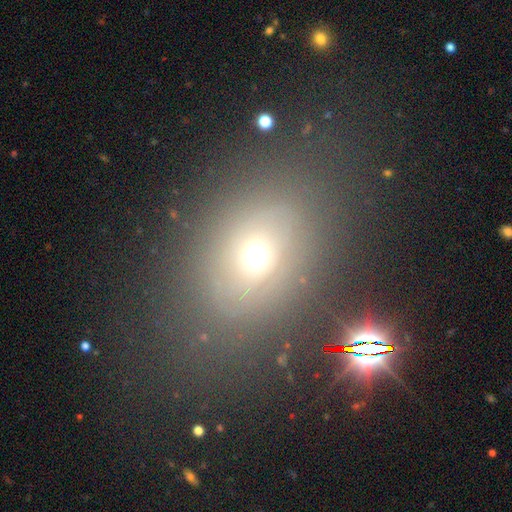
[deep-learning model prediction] smooth_or_featured: smooth (p=0.57) [alt: star or artifact p=0.23]
how_rounded: in between (p=0.64) [alt: round p=0.34]
merging: none (p=0.74) [alt: minor disturbance p=0.14]